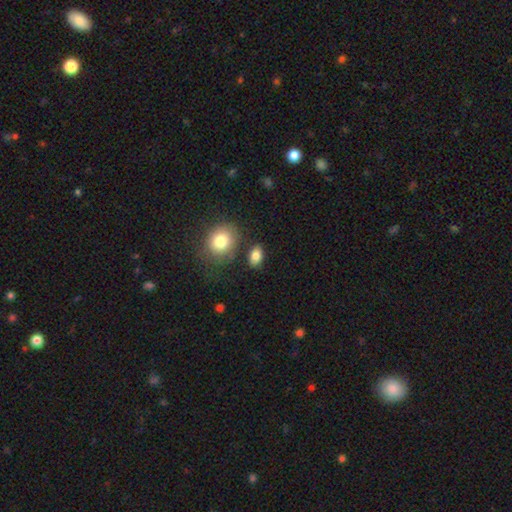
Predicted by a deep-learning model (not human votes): smooth_or_featured: smooth (p=0.84) [alt: star or artifact p=0.09]
how_rounded: in between (p=0.83) [alt: round p=0.16]
merging: none (p=0.78) [alt: minor disturbance p=0.11]